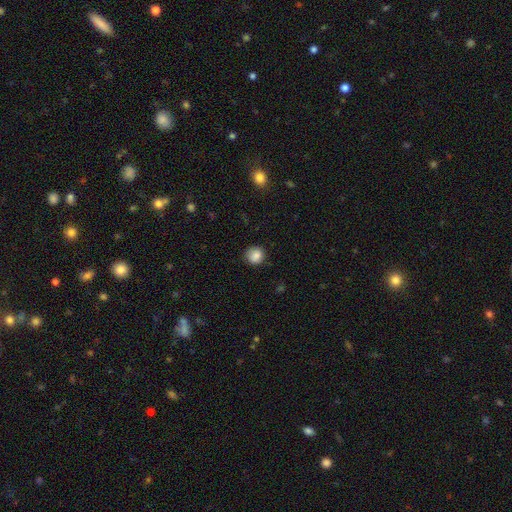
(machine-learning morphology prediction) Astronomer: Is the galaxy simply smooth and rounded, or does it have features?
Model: smooth — 86%.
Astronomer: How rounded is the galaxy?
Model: round — 86%.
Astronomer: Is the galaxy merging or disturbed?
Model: none — 83%.